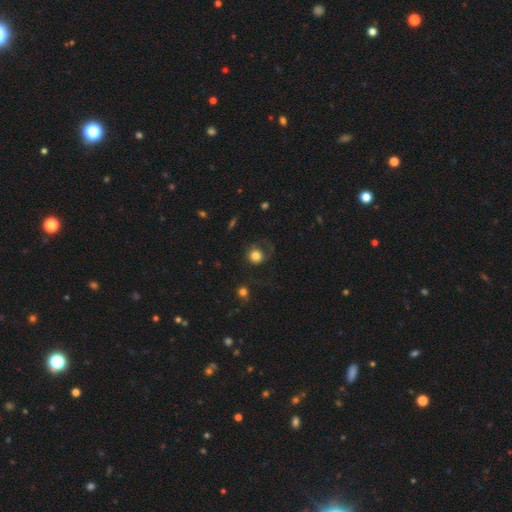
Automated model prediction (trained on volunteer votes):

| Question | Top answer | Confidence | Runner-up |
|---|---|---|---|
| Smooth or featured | smooth | 77% | featured or disk (14%) |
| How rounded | round | 88% | in between (11%) |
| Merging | none | 48% | major disturbance (32%) |